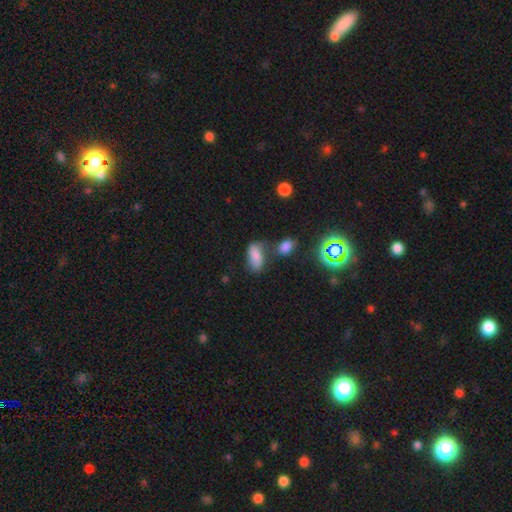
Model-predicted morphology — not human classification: smooth 74%, star or artifact 15%, featured or disk 11%. Down the decision tree: how rounded — in between (91%); merging — none (44%).